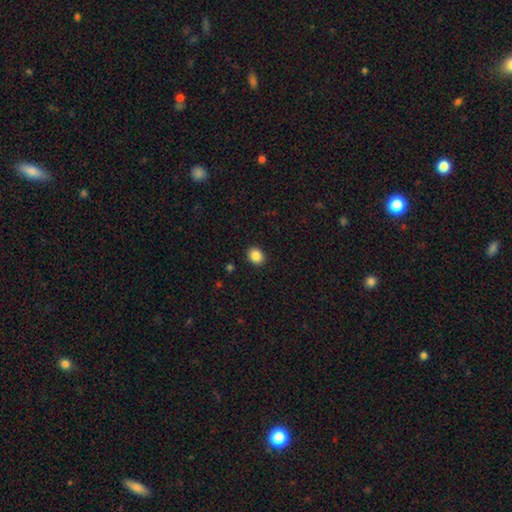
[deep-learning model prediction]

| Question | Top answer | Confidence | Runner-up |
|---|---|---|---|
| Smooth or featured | smooth | 87% | star or artifact (9%) |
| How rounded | round | 61% | in between (38%) |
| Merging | none | 91% | minor disturbance (6%) |